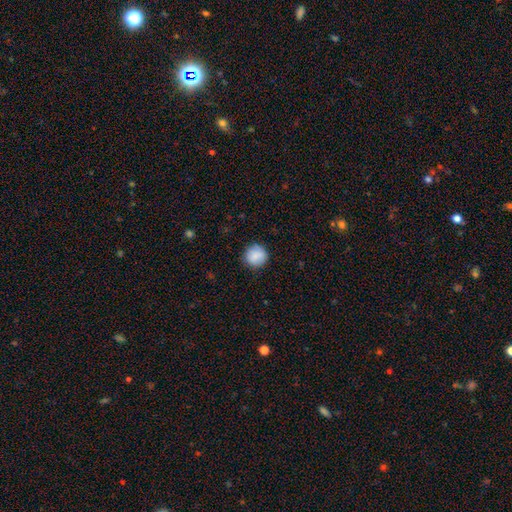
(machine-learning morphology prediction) A smooth galaxy with no disk features (88%) that is round (93%).

Vote fractions:
- Smooth or featured? smooth: 88% / star or artifact: 8% / featured or disk: 4%
- How rounded? round: 93% / in between: 6% / cigar-shaped: 1%
- Merging? none: 87% / minor disturbance: 10% / major disturbance: 2% / merger: 1%